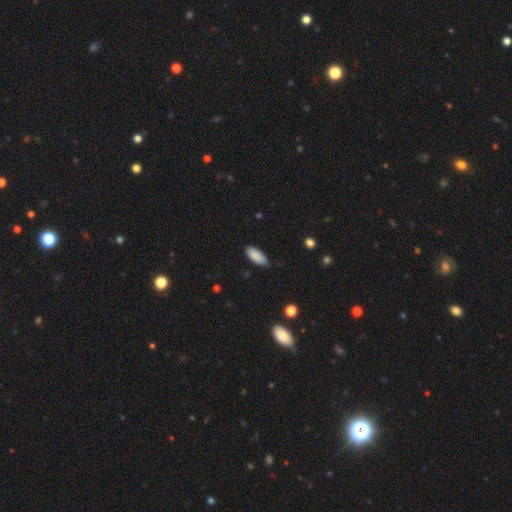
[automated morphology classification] smooth 88%, star or artifact 6%, featured or disk 5%. Down the decision tree: how rounded — in between (88%); merging — none (83%).